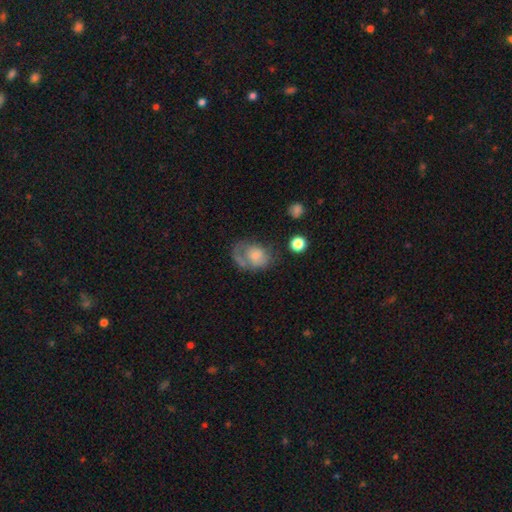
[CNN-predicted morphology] Smooth or featured? Predicted: smooth (p=0.55). How rounded? Predicted: in between (p=0.63). Merging? Predicted: none (p=0.34).